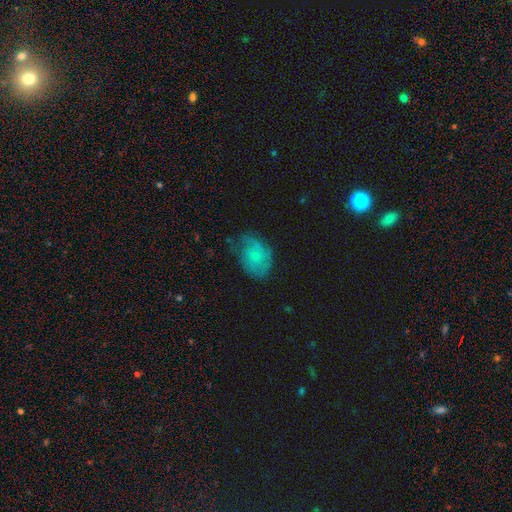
smooth 48%, featured or disk 40%, star or artifact 12%. Down the decision tree: how rounded — in between (79%); merging — none (46%).